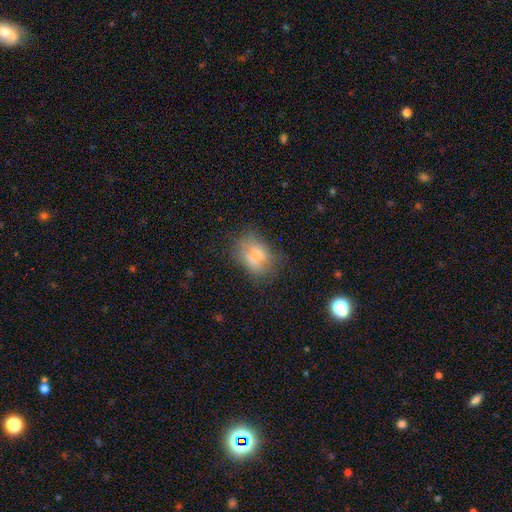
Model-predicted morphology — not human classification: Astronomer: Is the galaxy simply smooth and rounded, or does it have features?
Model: smooth — 64%.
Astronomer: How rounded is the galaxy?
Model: in between — 67%.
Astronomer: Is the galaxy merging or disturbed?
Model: none — 64%.